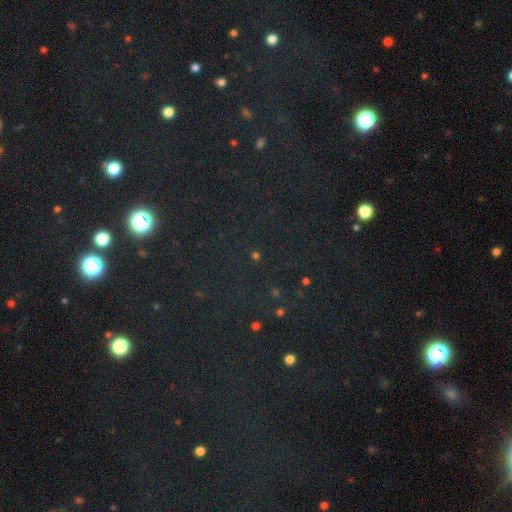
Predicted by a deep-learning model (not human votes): This appears to be a star or artifact, not a galaxy (74%).